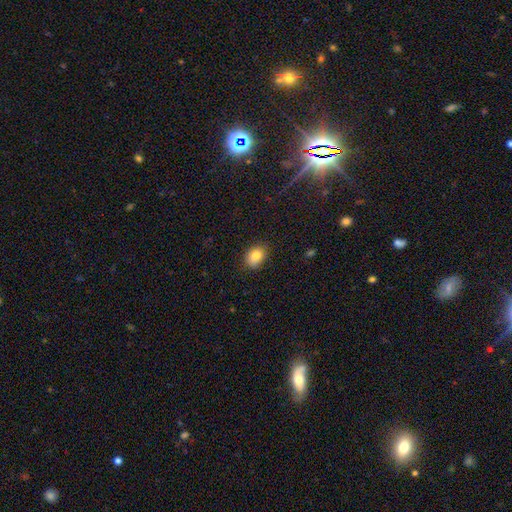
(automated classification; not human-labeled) Overall: smooth (82%). How rounded: in between (64%; round 35%). Merging: none (84%).